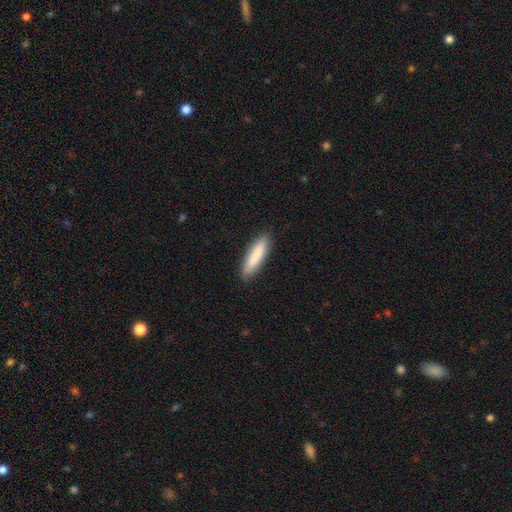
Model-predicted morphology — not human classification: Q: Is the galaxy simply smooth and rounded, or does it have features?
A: smooth — 85%.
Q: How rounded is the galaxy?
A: cigar-shaped — 77%.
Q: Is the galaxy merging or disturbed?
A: none — 88%.